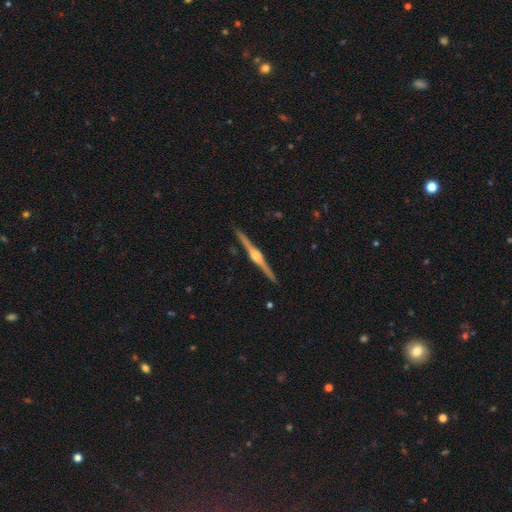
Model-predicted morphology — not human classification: This is clearly a featured or disk galaxy (87%). It is clearly viewed edge-on (99%). Edge-on bulge: clearly rounded (88%). Merging: clearly none (92%).